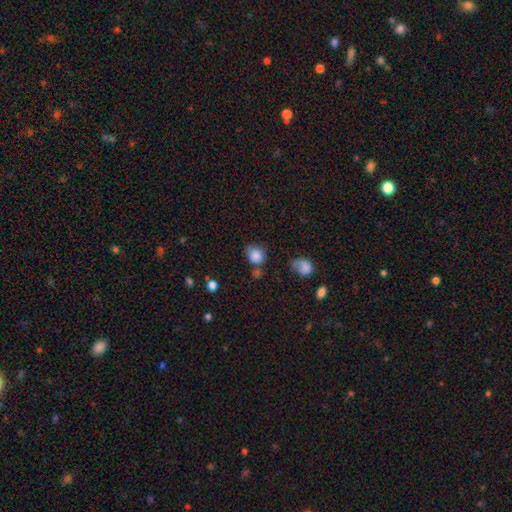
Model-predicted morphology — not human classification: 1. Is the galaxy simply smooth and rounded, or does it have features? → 84% smooth, 10% star or artifact, 6% featured or disk.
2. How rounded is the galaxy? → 74% round, 25% in between, 1% cigar-shaped.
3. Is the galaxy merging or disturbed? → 58% none, 23% minor disturbance, 10% merger, 8% major disturbance.